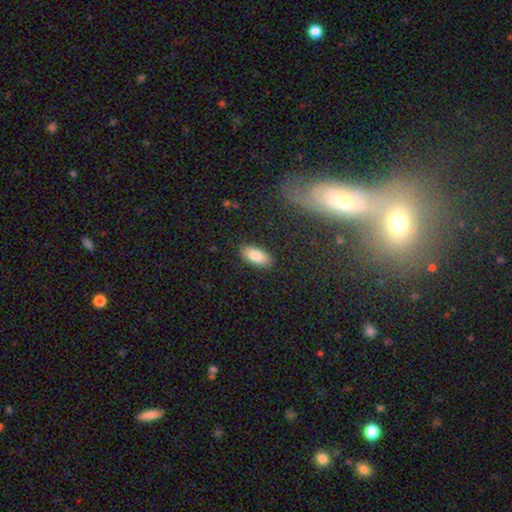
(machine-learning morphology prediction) type=smooth (84%); roundness=in between (90%); merging=none (86%).